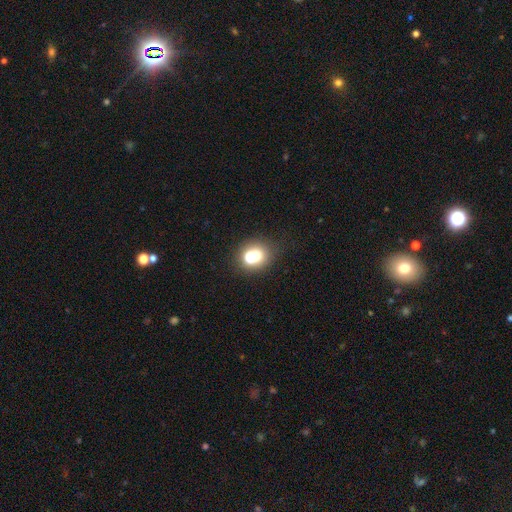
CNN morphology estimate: This appears to be a smooth galaxy with no disk features (65%) that is round (62%). Merging: none (55%).